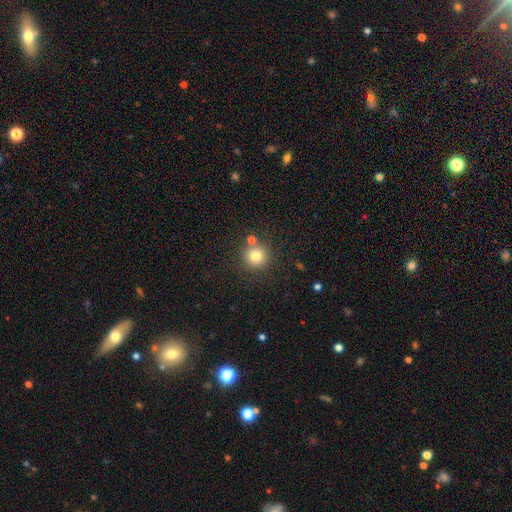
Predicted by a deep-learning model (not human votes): smooth 78%, star or artifact 13%, featured or disk 9%. Down the decision tree: how rounded — round (94%); merging — none (77%).